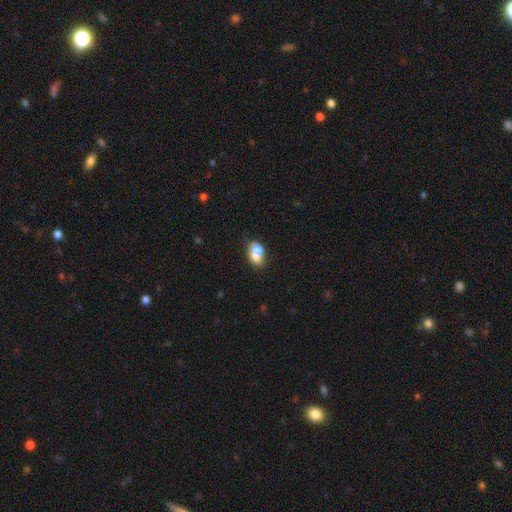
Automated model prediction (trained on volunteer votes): The model was most divided on "merging": merger: 52%, none: 29%, minor disturbance: 12%, major disturbance: 6%. More confident: how rounded — in between (72%); smooth or featured — smooth (68%).